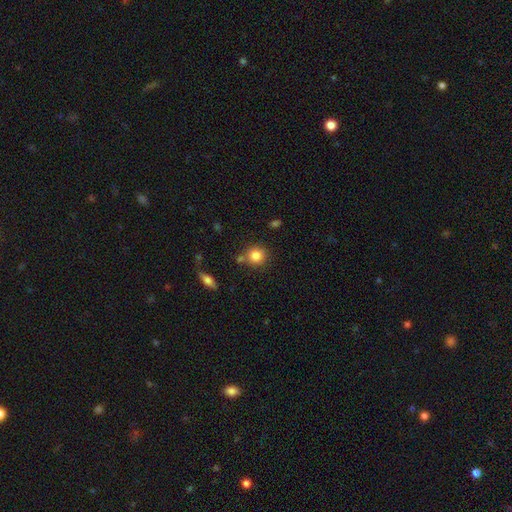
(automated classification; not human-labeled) Overall: smooth (83%). How rounded: round (87%). Merging: none (76%).